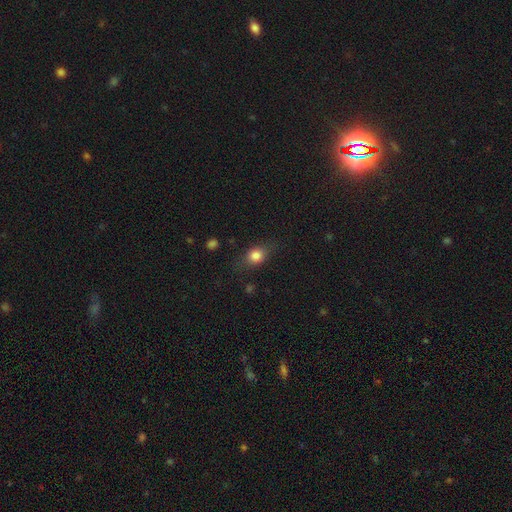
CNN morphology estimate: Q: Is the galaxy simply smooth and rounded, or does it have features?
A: smooth — 78%.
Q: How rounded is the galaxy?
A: in between — 53%.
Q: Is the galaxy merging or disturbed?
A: none — 72%.